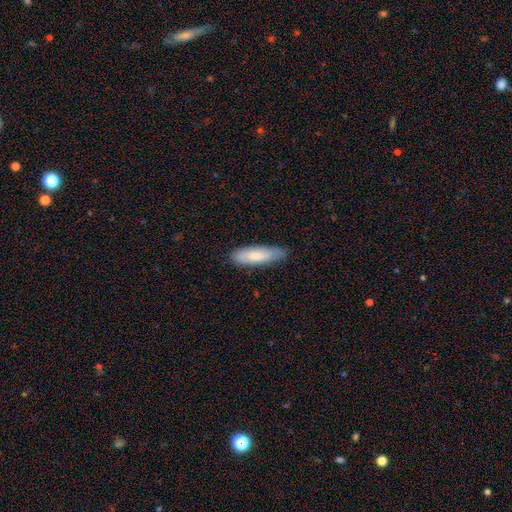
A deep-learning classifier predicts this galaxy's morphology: Smooth or featured: smooth — 79% (featured or disk — 16%)
How rounded: cigar-shaped — 56% (in between — 43%)
Merging: none — 81% (minor disturbance — 15%)